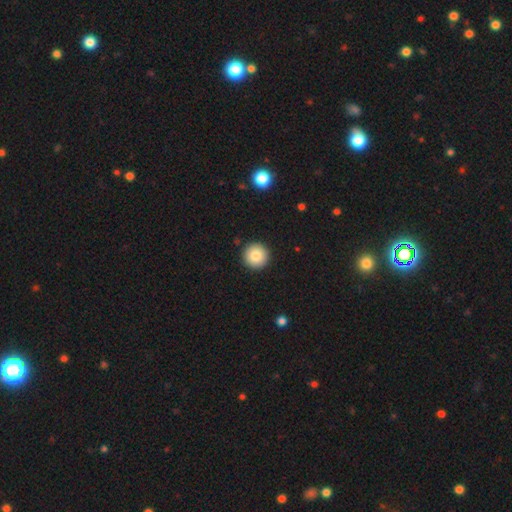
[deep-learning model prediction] Q: Smooth or featured?
A: smooth (83%); runner-up: star or artifact (9%)
Q: How rounded?
A: round (97%); runner-up: in between (3%)
Q: Merging?
A: none (93%); runner-up: minor disturbance (5%)